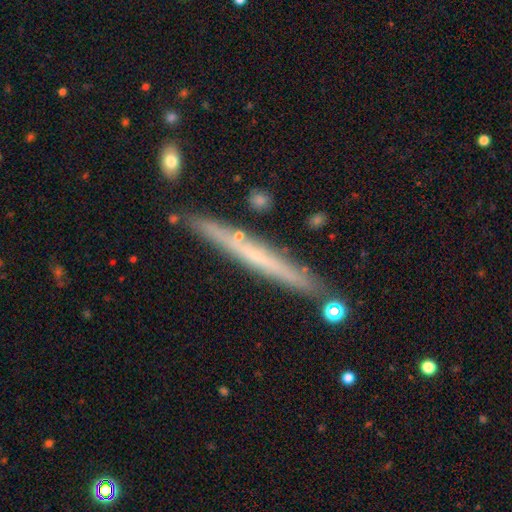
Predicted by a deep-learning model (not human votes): Smooth or featured?
  - featured or disk: 54% *
  - smooth: 39%
  - star or artifact: 7%
Edge-on disk?
  - yes: 95% *
  - no: 5%
Edge-on bulge?
  - none: 85% *
  - rounded: 11%
  - boxy: 4%
Merging?
  - none: 86% *
  - minor disturbance: 9%
  - merger: 3%
  - major disturbance: 2%